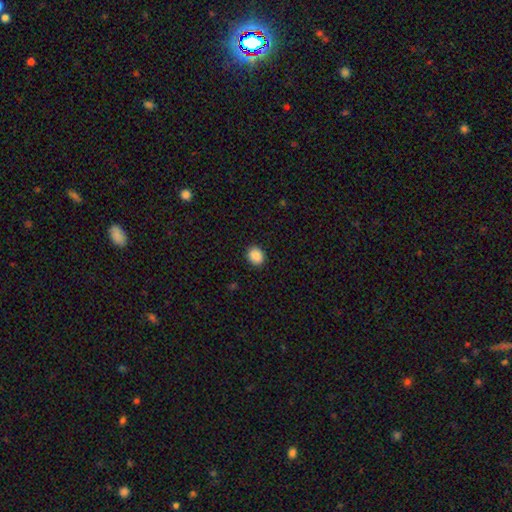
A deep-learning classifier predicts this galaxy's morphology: smooth_or_featured: smooth (p=0.89) [alt: star or artifact p=0.09]
how_rounded: round (p=0.60) [alt: in between p=0.39]
merging: none (p=0.90) [alt: minor disturbance p=0.07]